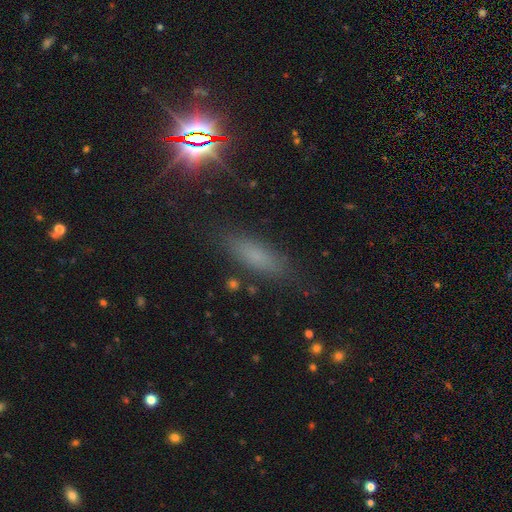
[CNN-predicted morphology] This appears to be a smooth galaxy with no disk features (61%) that is in between round and cigar-shaped (51%). Merging: none (82%).